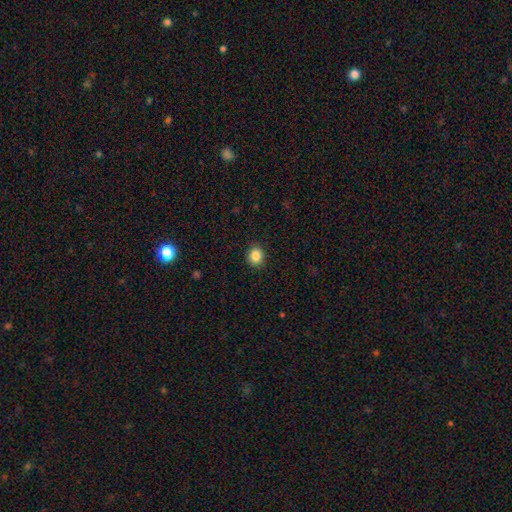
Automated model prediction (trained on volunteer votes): A smooth galaxy with no disk features (86%) that is round (80%). Merging: none (90%).